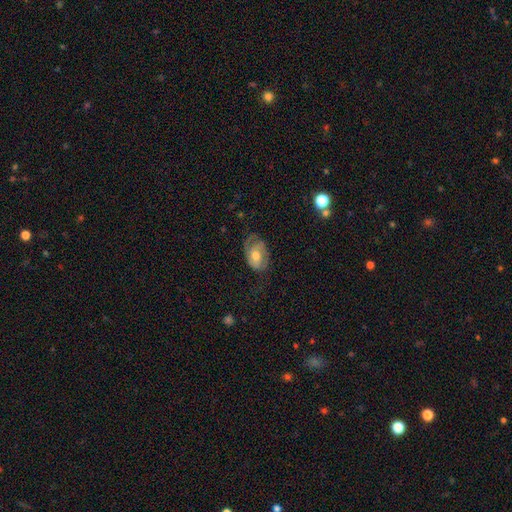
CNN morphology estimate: Smooth or featured? Predicted: featured or disk (p=0.57). Edge-on disk? Predicted: no (p=0.94). Bar? Predicted: no (p=0.68). Spiral arms? Predicted: yes (p=0.74). Bulge size? Predicted: moderate (p=0.67). Merging? Predicted: none (p=0.56).